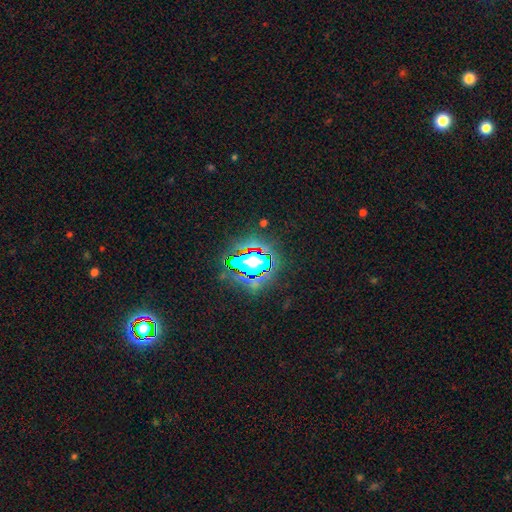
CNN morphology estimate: Smooth or featured?
  - star or artifact: 67% *
  - smooth: 18%
  - featured or disk: 14%